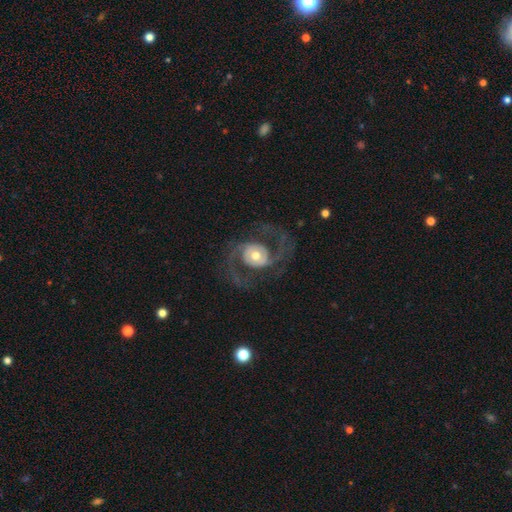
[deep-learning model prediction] A featured or disk galaxy (88%) with no bar (67%), 2 (85%) medium (51%) spiral arms (95%) and a moderate central bulge (69%). Merging: none (70%).